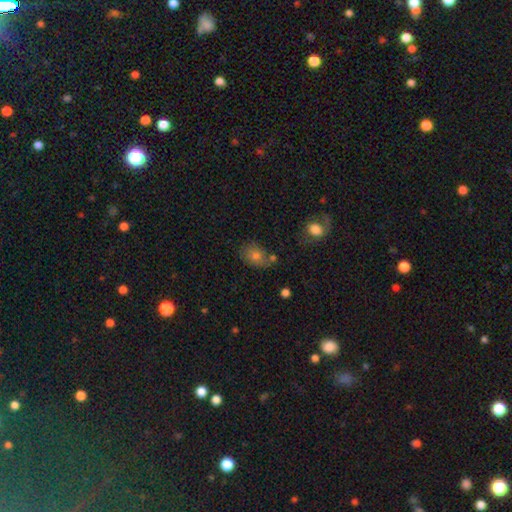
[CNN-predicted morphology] smooth_or_featured: smooth (p=0.72) [alt: featured or disk p=0.15]
how_rounded: in between (p=0.62) [alt: round p=0.36]
merging: none (p=0.61) [alt: minor disturbance p=0.21]